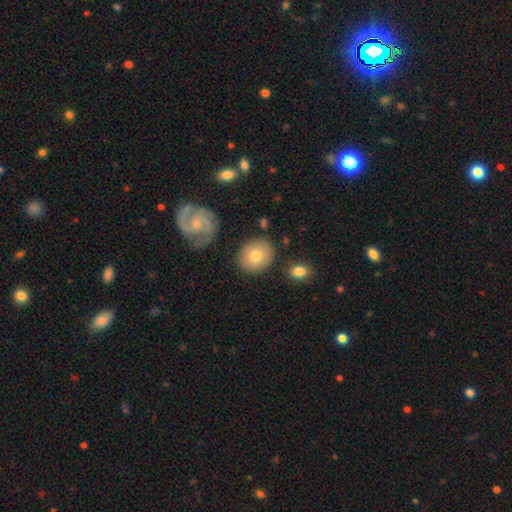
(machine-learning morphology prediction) A smooth galaxy with no disk features (74%) that is round (70%). Merging: none (83%).